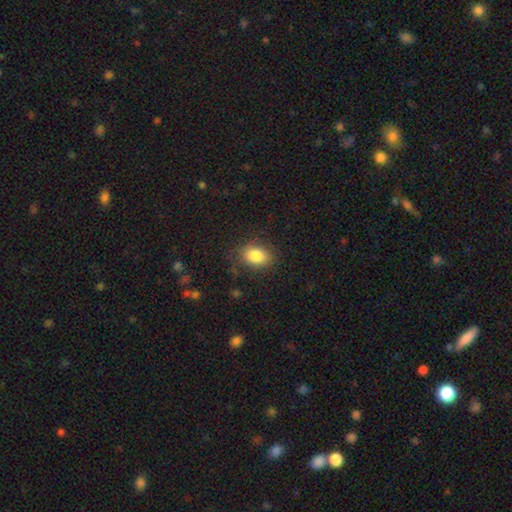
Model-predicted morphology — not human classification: smooth 84%, star or artifact 9%, featured or disk 7%. Down the decision tree: how rounded — in between (72%); merging — none (82%).